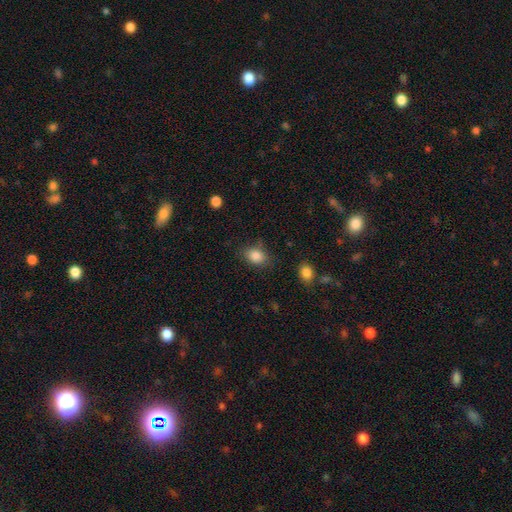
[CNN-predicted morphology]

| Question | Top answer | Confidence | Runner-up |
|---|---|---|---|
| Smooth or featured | smooth | 85% | star or artifact (9%) |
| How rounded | in between | 69% | round (29%) |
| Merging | none | 76% | minor disturbance (17%) |